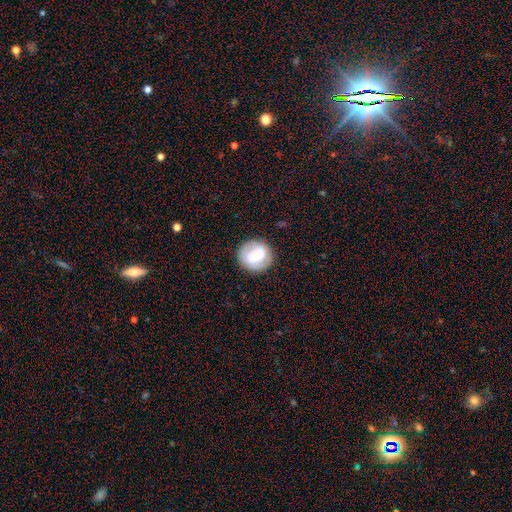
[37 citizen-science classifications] This is possibly a featured or disk galaxy (51%). It is clearly not viewed edge-on (95%). Bar: likely no (78%). Spiral arm pattern: possibly no (56%). Central bulge: marginally moderate (44%). Merging: likely none (79%).